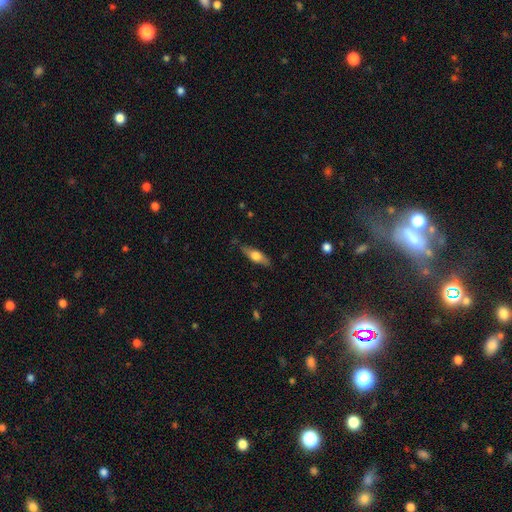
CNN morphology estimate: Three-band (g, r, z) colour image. It shows a smooth galaxy with no disk features (51%) that is in between round and cigar-shaped (49%). Merging: none (80%).